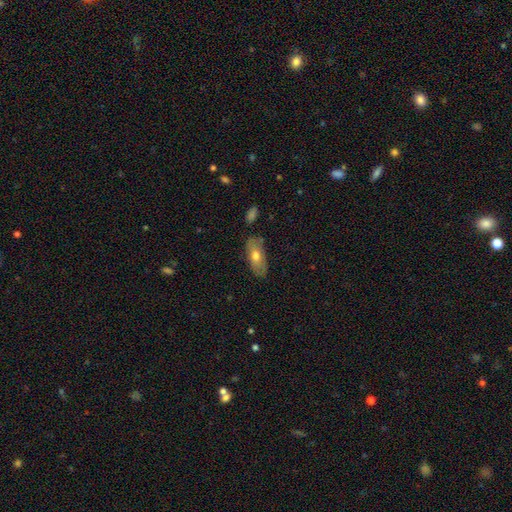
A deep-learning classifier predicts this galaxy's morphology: smooth_or_featured: smooth (p=0.62) [alt: featured or disk p=0.32]
how_rounded: in between (p=0.86) [alt: cigar-shaped p=0.11]
merging: none (p=0.78) [alt: minor disturbance p=0.16]